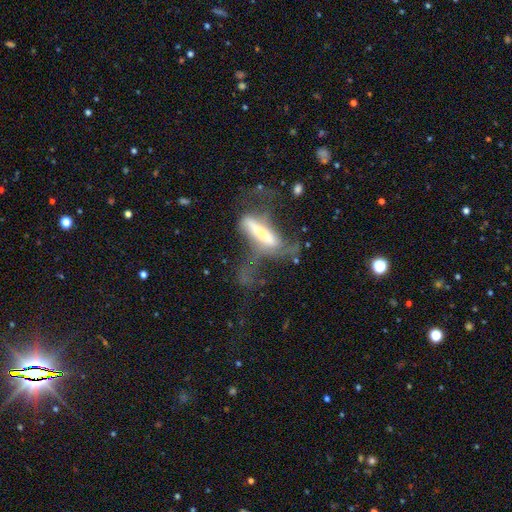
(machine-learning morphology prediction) smooth_or_featured: featured or disk (p=0.50) [alt: smooth p=0.32]
merging: major disturbance (p=0.39) [alt: none p=0.31]